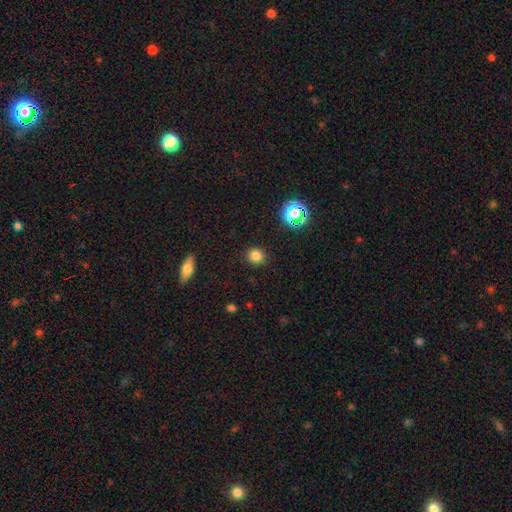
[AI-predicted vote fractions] smooth-or-featured: smooth: 81% | star or artifact: 14% | featured or disk: 5%
  how-rounded: round: 88% | in between: 11% | cigar-shaped: 1%
  merging: none: 90% | minor disturbance: 6% | major disturbance: 2% | merger: 1%